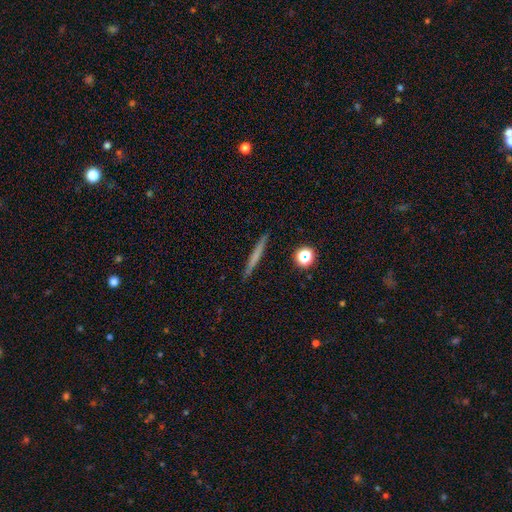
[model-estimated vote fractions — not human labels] A smooth galaxy with no disk features (54%) that is cigar-shaped (94%). Merging: none (91%).